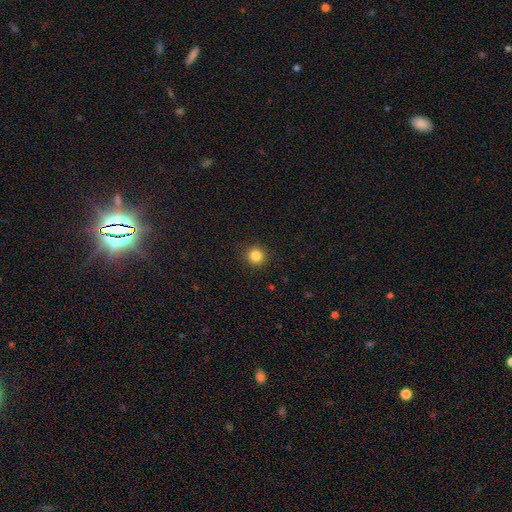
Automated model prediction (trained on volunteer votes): smooth-or-featured: smooth: 84% | star or artifact: 12% | featured or disk: 4%
  how-rounded: round: 94% | in between: 5% | cigar-shaped: 1%
  merging: none: 91% | minor disturbance: 6% | major disturbance: 2% | merger: 1%